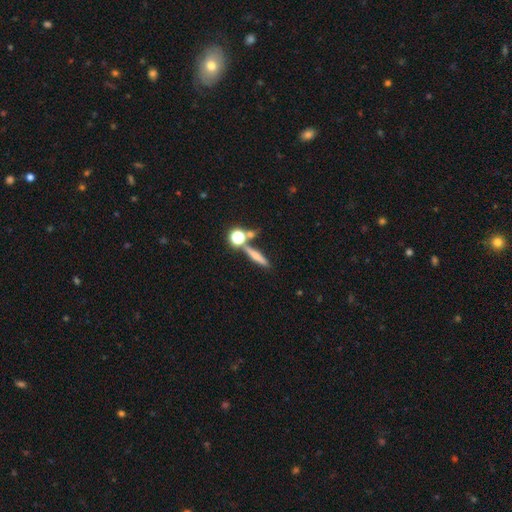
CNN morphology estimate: A smooth galaxy with no disk features (51%) that is cigar-shaped (67%). Merging: none (70%).